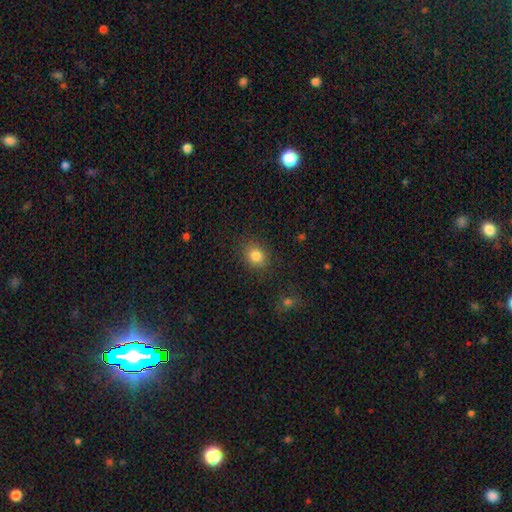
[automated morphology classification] smooth 83%, star or artifact 11%, featured or disk 6%. Down the decision tree: how rounded — round (59%); merging — none (85%).